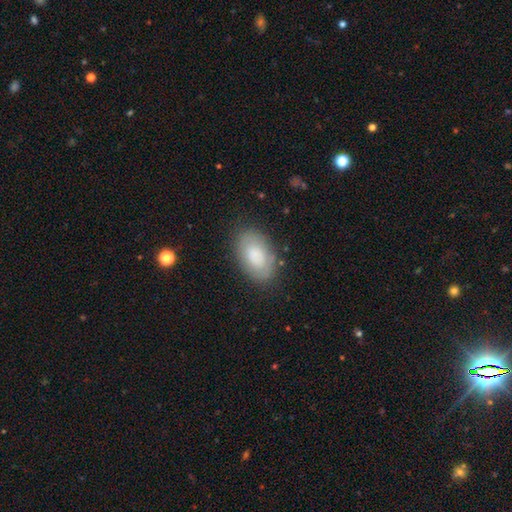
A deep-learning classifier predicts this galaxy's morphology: Q: Smooth or featured?
A: smooth (71%); runner-up: featured or disk (21%)
Q: How rounded?
A: in between (93%); runner-up: round (6%)
Q: Merging?
A: none (79%); runner-up: minor disturbance (14%)